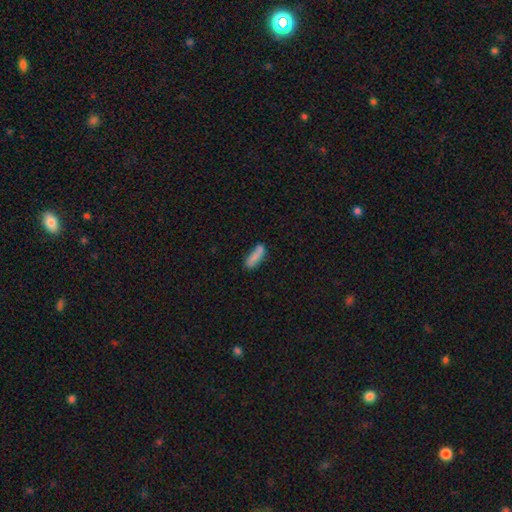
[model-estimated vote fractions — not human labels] Overall: smooth (81%). How rounded: cigar-shaped (52%; in between 46%). Merging: none (65%).